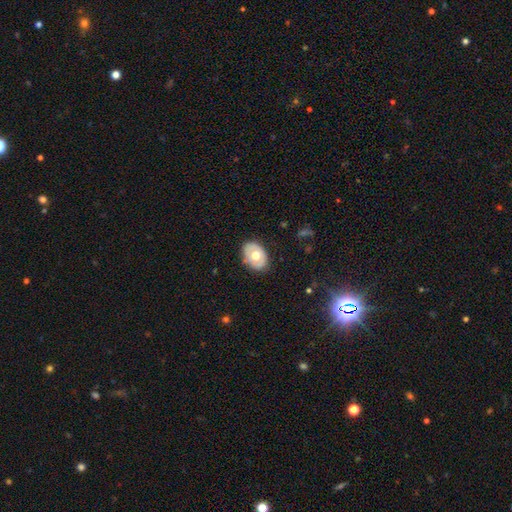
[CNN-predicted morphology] Q: Smooth or featured?
A: smooth (53%); runner-up: featured or disk (41%)
Q: How rounded?
A: in between (72%); runner-up: round (27%)
Q: Merging?
A: none (82%); runner-up: minor disturbance (14%)